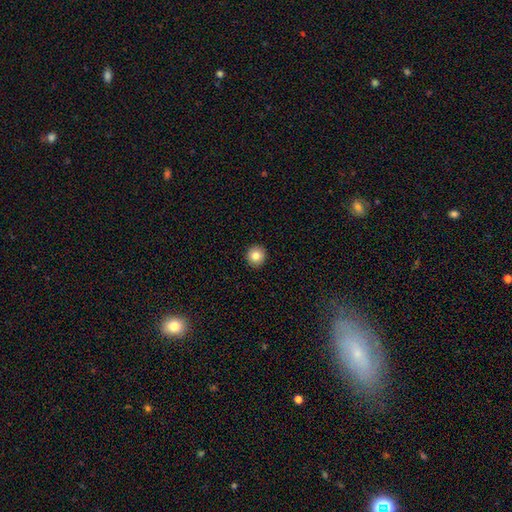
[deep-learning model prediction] This is clearly a smooth galaxy (82%). How rounded: clearly round (94%). Merging: clearly none (93%).